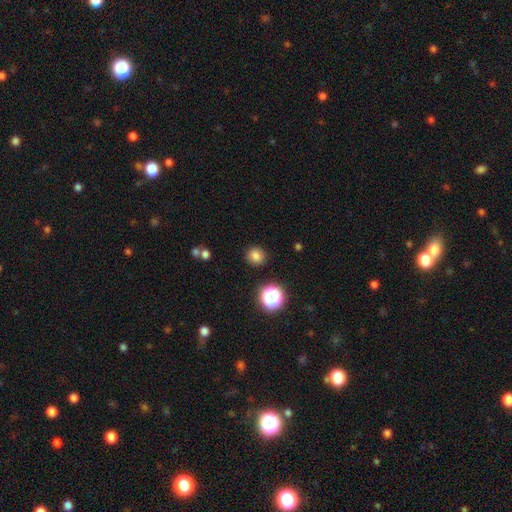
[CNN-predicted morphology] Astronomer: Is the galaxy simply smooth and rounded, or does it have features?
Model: smooth — 81%.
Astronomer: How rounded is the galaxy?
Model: round — 81%.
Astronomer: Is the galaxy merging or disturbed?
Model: none — 89%.